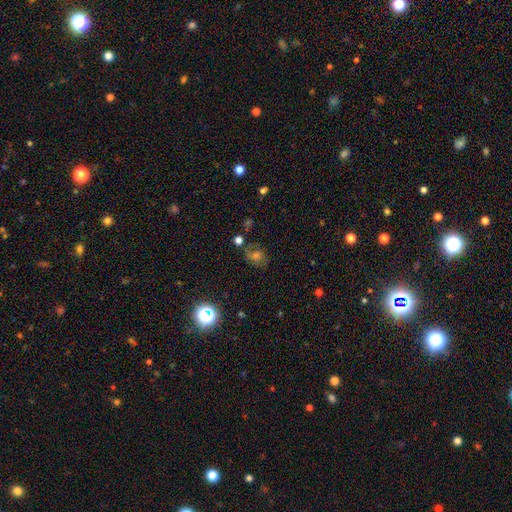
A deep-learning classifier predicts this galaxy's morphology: smooth_or_featured: smooth (p=0.36) [tied with: star or artifact p=0.36]
merging: none (p=0.63) [alt: minor disturbance p=0.19]